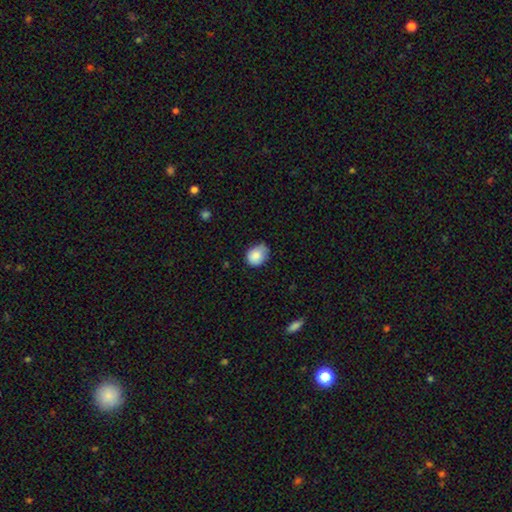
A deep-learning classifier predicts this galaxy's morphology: A smooth galaxy with no disk features (85%) that is round (54%). Merging: none (53%).